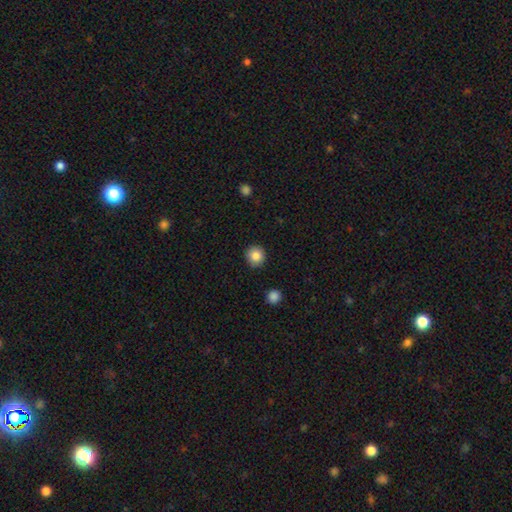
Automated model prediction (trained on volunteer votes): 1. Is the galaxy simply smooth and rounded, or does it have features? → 85% smooth, 9% star or artifact, 5% featured or disk.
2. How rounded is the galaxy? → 93% round, 6% in between, 1% cigar-shaped.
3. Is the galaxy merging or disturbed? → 92% none, 6% minor disturbance, 2% major disturbance, 1% merger.